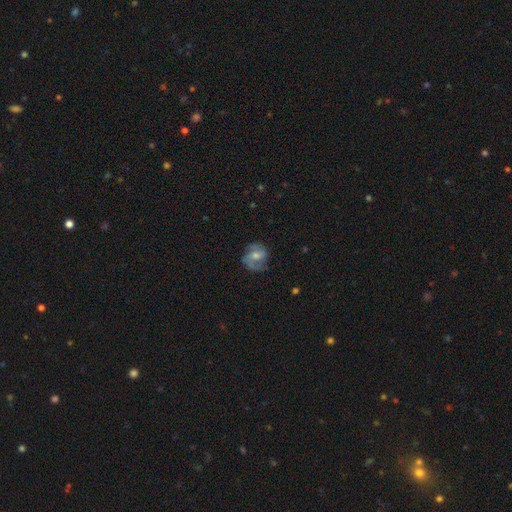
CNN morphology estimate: Smooth or featured? featured or disk (65%)
Edge-on disk? no (97%)
Bar? weak (46%)
Spiral arms? yes (86%)
Spiral winding? medium (47%)
Spiral arm count? 2 (72%)
Bulge size? moderate (55%)
Merging? none (64%)